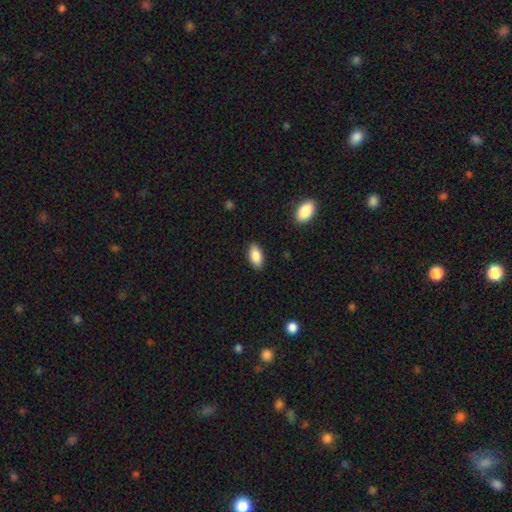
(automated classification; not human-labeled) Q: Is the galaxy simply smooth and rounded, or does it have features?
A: smooth — 86%.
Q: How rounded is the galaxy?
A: in between — 92%.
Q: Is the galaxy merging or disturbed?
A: none — 88%.